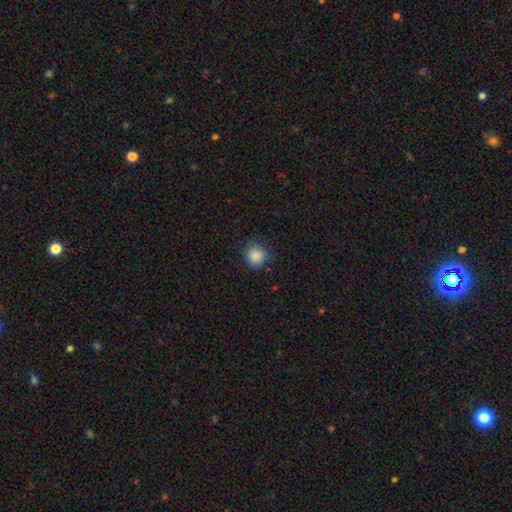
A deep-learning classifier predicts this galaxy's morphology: smooth-or-featured: smooth: 88% | star or artifact: 10% | featured or disk: 3%
  how-rounded: round: 91% | in between: 8% | cigar-shaped: 1%
  merging: none: 86% | minor disturbance: 10% | major disturbance: 3% | merger: 1%